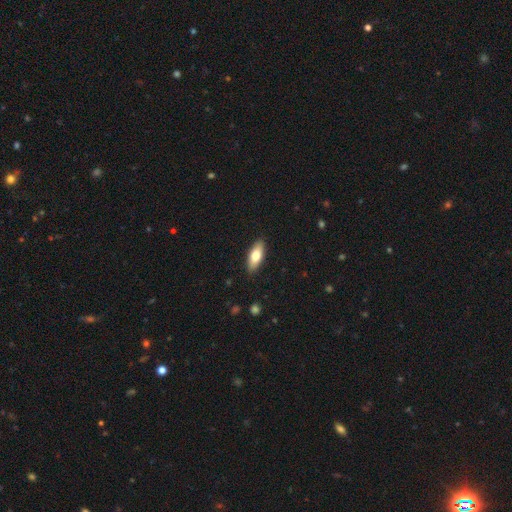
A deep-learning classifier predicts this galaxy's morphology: A smooth galaxy with no disk features (73%) that is in between round and cigar-shaped (73%).

Vote fractions:
- Smooth or featured? smooth: 73% / featured or disk: 21% / star or artifact: 6%
- How rounded? in between: 73% / cigar-shaped: 25% / round: 2%
- Merging? none: 89% / minor disturbance: 8% / major disturbance: 2% / merger: 1%